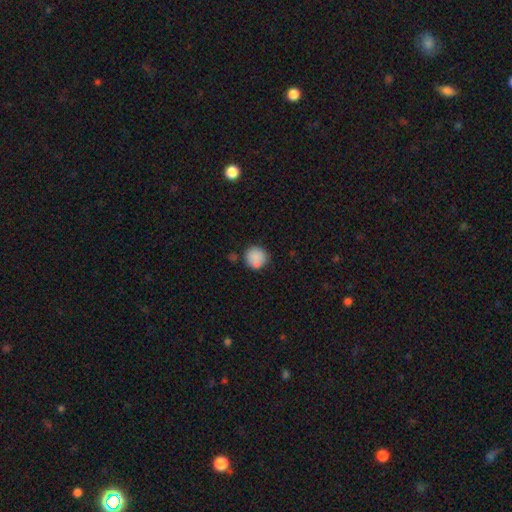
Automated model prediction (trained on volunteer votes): Morphology: type=smooth (83%); roundness=round (91%); merging=none (68%).